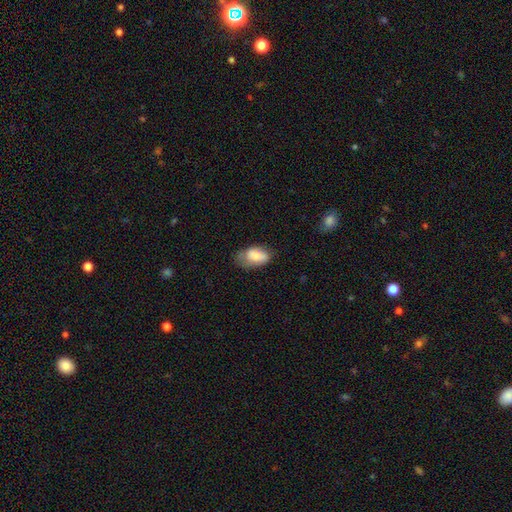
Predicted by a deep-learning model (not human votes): Smooth or featured? smooth (76%)
How rounded? in between (91%)
Merging? none (49%)